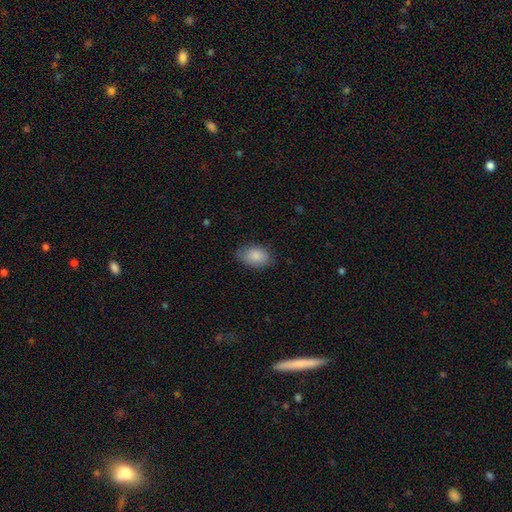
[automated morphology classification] A smooth galaxy with no disk features (87%) that is in between round and cigar-shaped (87%).

Vote fractions:
- Smooth or featured? smooth: 87% / star or artifact: 7% / featured or disk: 6%
- How rounded? in between: 87% / round: 11% / cigar-shaped: 1%
- Merging? none: 74% / minor disturbance: 20% / major disturbance: 4% / merger: 1%